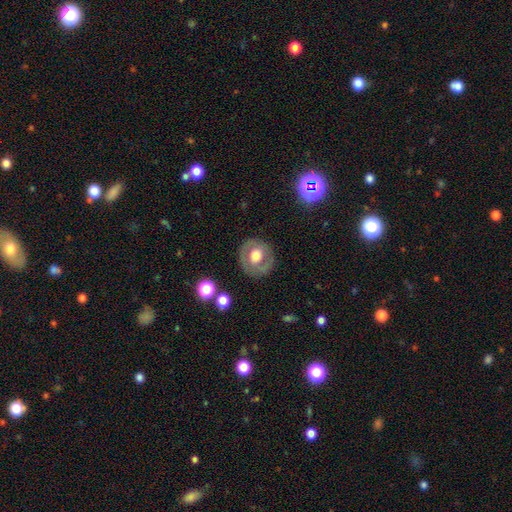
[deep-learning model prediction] A smooth galaxy with no disk features (47%). Merging: none (81%).